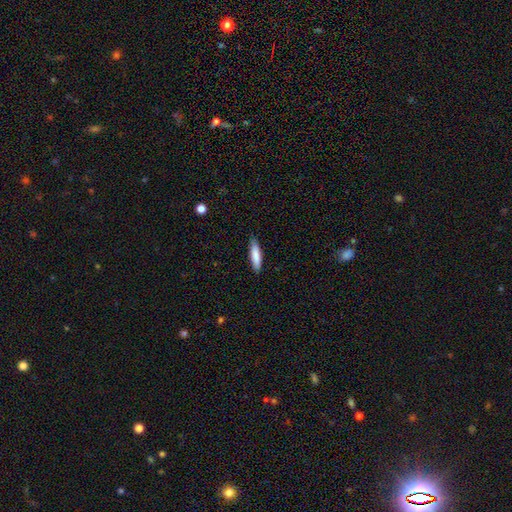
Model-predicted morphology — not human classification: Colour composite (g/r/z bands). It shows a smooth galaxy with no disk features (83%) that is cigar-shaped (75%). Merging: none (87%).